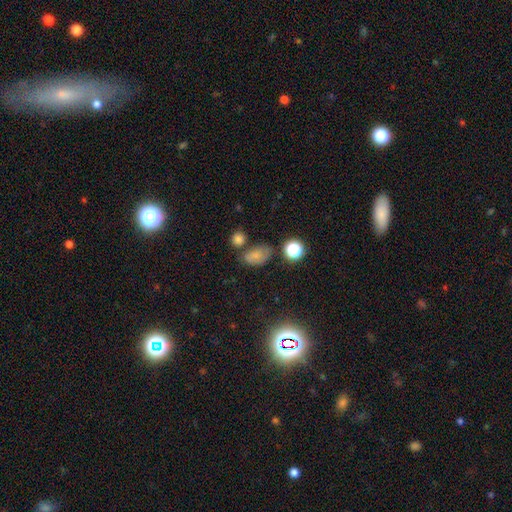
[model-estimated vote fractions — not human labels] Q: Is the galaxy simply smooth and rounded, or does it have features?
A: smooth — 70%.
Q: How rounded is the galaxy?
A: in between — 80%.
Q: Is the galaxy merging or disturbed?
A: none — 55%.